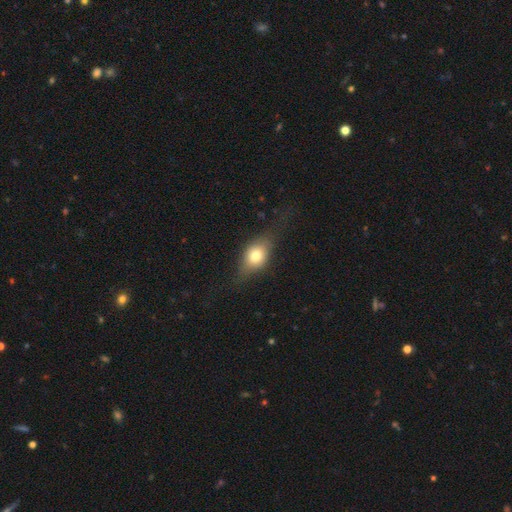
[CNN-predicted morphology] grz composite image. It shows a smooth galaxy with no disk features (69%) that is in between round and cigar-shaped (69%). Merging: none (60%).